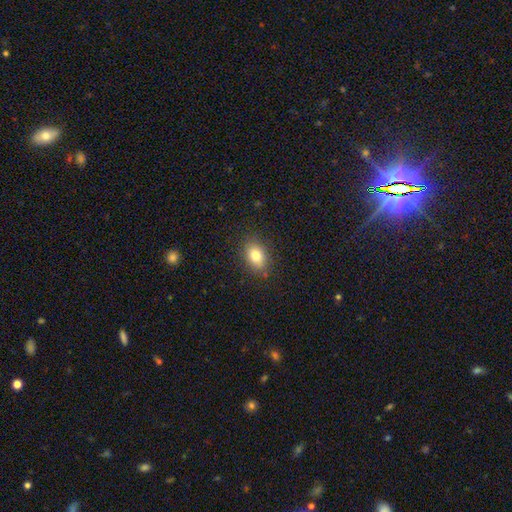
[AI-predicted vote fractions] This appears to be a smooth galaxy with no disk features (80%) that is in between round and cigar-shaped (74%). Merging: none (85%).